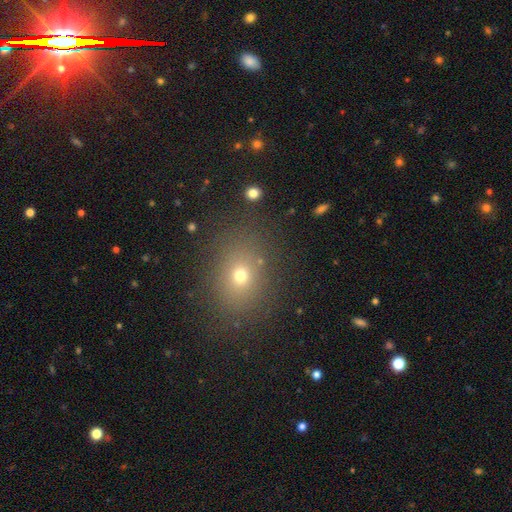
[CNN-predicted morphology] A smooth galaxy with no disk features (56%) that is in between round and cigar-shaped (54%).

Vote fractions:
- Smooth or featured? smooth: 56% / star or artifact: 33% / featured or disk: 11%
- How rounded? in between: 54% / round: 44% / cigar-shaped: 2%
- Merging? none: 88% / minor disturbance: 7% / major disturbance: 3% / merger: 1%